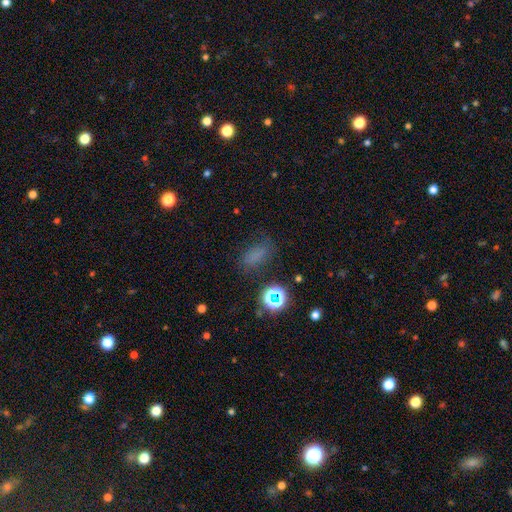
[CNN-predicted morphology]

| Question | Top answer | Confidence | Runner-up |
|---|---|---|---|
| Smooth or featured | smooth | 64% | star or artifact (26%) |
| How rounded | in between | 79% | round (15%) |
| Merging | none | 66% | minor disturbance (20%) |